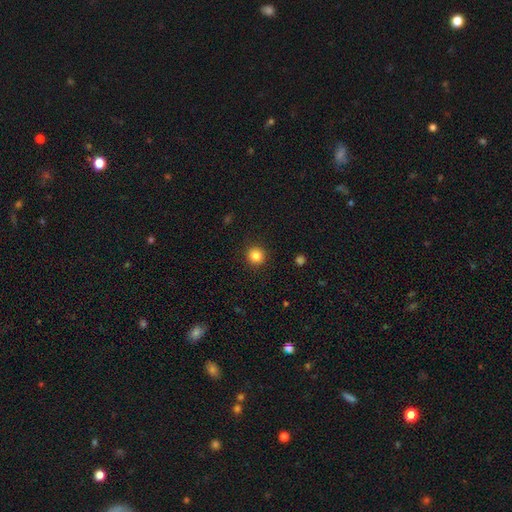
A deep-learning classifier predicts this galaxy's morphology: Smooth or featured? Predicted: smooth (p=0.84). How rounded? Predicted: round (p=0.94). Merging? Predicted: none (p=0.92).